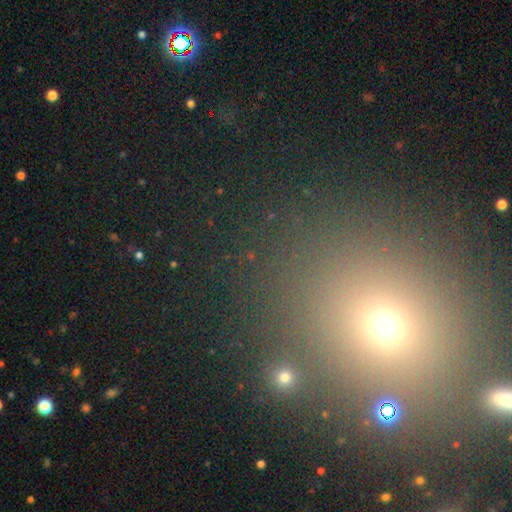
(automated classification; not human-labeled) Smooth or featured: smooth — 47% (star or artifact — 43%)
Merging: none — 83% (minor disturbance — 7%)